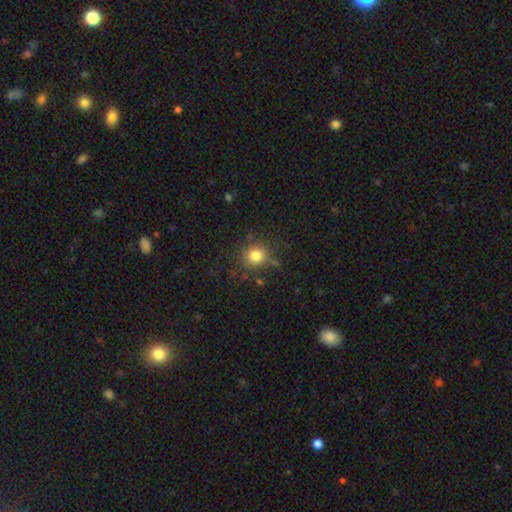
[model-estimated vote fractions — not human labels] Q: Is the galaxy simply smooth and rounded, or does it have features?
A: smooth — 80%.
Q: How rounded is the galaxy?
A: round — 83%.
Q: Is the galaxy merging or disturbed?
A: none — 79%.